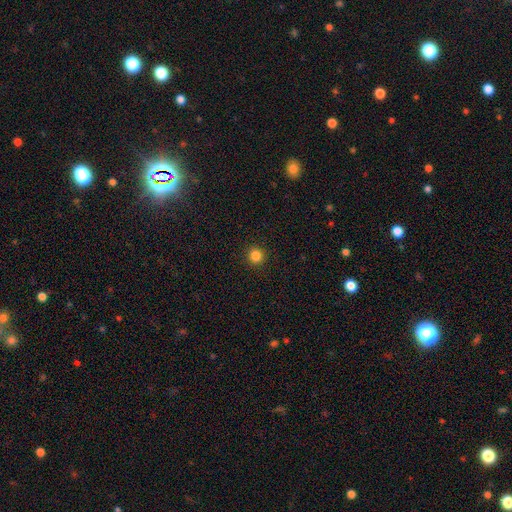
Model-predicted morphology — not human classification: type=smooth (84%); roundness=round (95%); merging=none (93%).